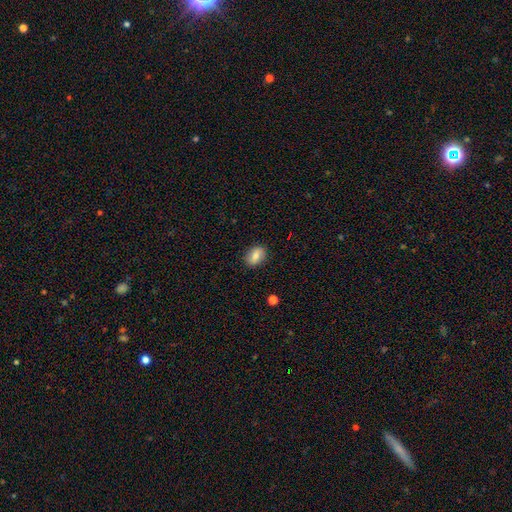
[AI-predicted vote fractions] Morphology: type=smooth (76%); roundness=in between (80%); merging=none (86%).